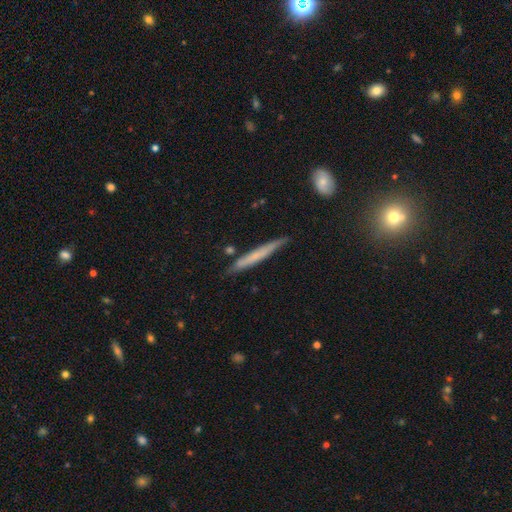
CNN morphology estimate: Overall: smooth (53%; featured or disk 41%). How rounded: cigar-shaped (96%). Merging: none (83%).